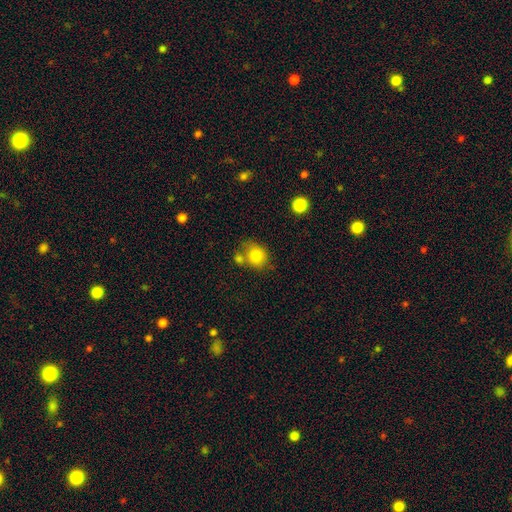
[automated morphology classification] Smooth or featured?
  - smooth: 82% *
  - star or artifact: 9%
  - featured or disk: 9%
How rounded?
  - round: 69% *
  - in between: 30%
  - cigar-shaped: 1%
Merging?
  - none: 55% *
  - merger: 22%
  - minor disturbance: 17%
  - major disturbance: 6%